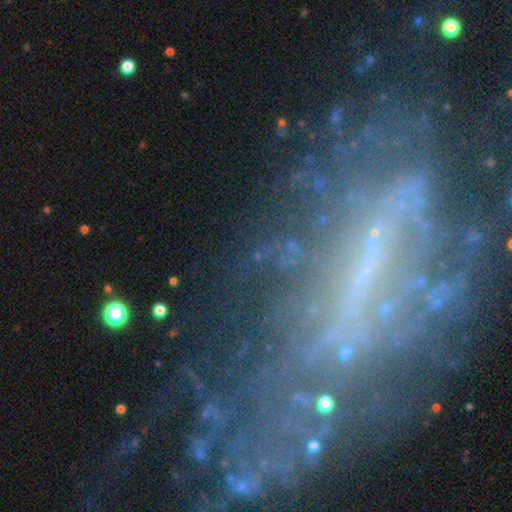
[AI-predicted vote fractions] Smooth or featured? Predicted: featured or disk (p=0.62). Edge-on disk? Predicted: no (p=0.78). Merging? Predicted: none (p=0.64).